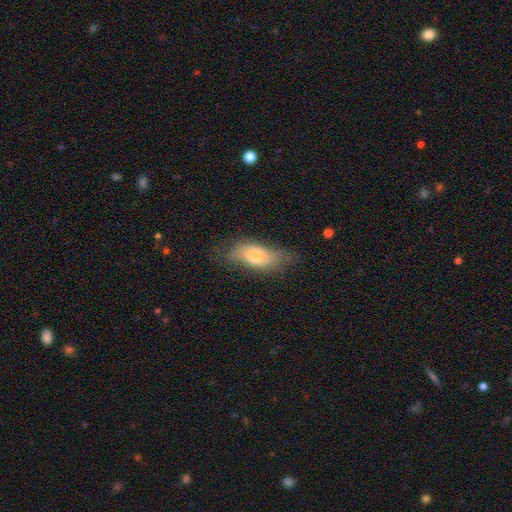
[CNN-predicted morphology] This appears to be a smooth galaxy with no disk features (61%) that is in between round and cigar-shaped (80%). Merging: none (54%).